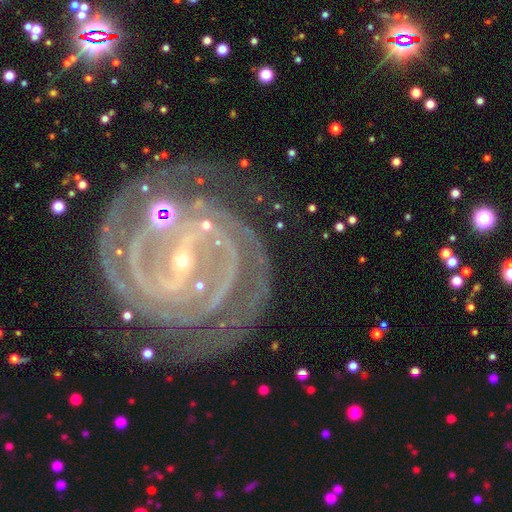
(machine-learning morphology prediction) Smooth or featured? featured or disk (91%)
Edge-on disk? no (97%)
Bar? strong (57%)
Spiral arms? yes (98%)
Spiral winding? tight (75%)
Spiral arm count? 2 (39%)
Bulge size? small (83%)
Merging? none (67%)